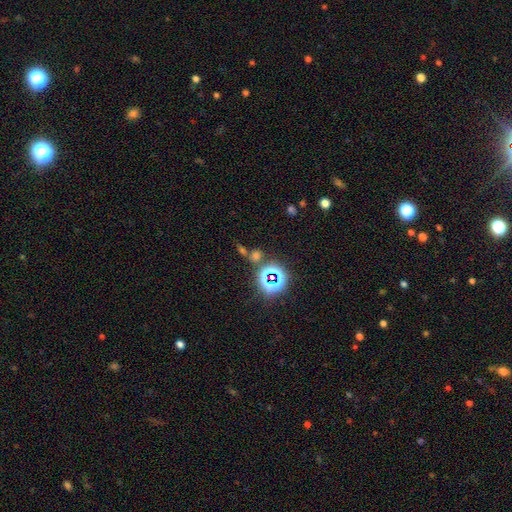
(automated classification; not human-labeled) smooth-or-featured: smooth: 46% | star or artifact: 45% | featured or disk: 9%
  merging: none: 59% | merger: 26% | minor disturbance: 9% | major disturbance: 6%